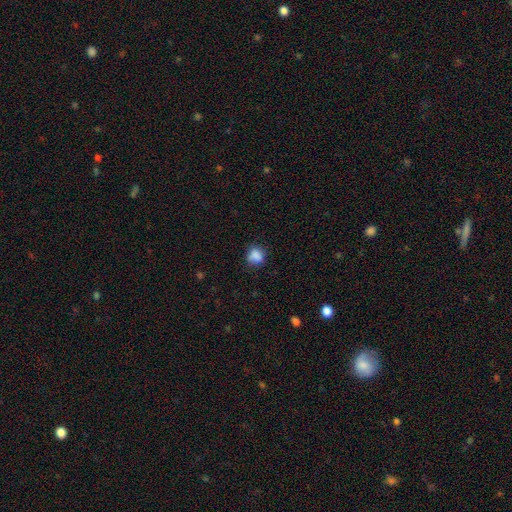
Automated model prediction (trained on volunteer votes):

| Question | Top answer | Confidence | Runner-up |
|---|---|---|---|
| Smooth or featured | smooth | 84% | star or artifact (10%) |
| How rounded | round | 68% | in between (31%) |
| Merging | none | 68% | minor disturbance (24%) |